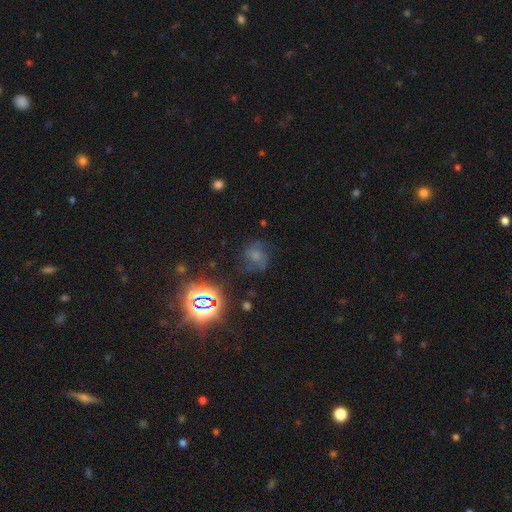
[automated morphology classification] Overall: smooth (42%; featured or disk 30%). Merging: none (59%; minor disturbance 22%).